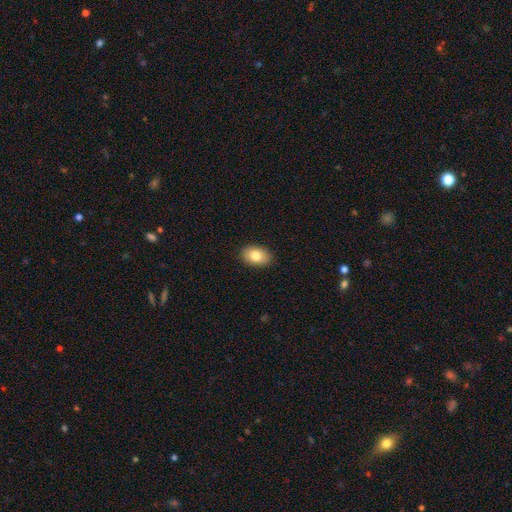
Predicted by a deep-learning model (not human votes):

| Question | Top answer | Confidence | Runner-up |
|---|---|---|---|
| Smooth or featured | smooth | 83% | featured or disk (10%) |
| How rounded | in between | 84% | round (15%) |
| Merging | none | 89% | minor disturbance (8%) |